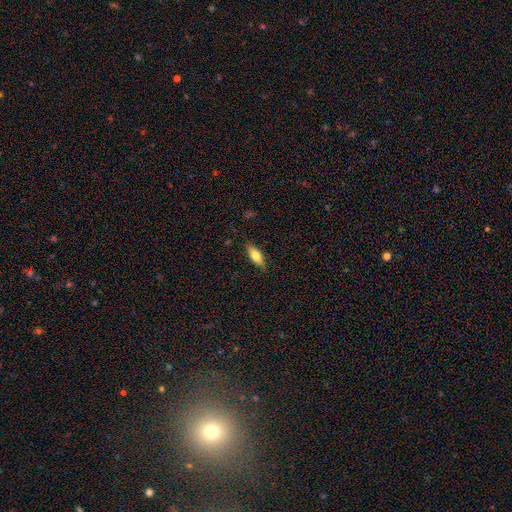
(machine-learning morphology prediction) Smooth or featured? smooth (66%)
How rounded? in between (63%)
Merging? none (84%)